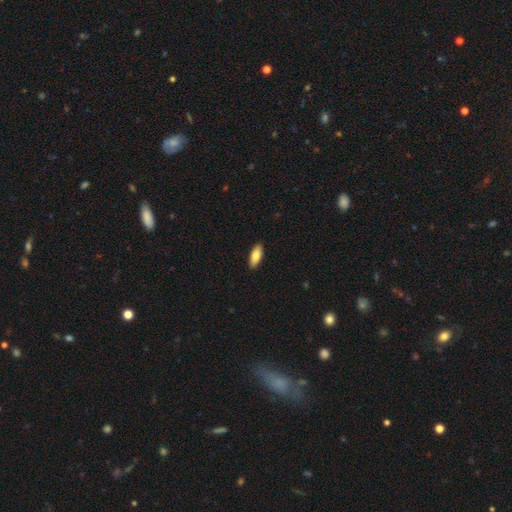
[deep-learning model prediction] A smooth galaxy with no disk features (83%) that is in between round and cigar-shaped (80%). Merging: none (90%).